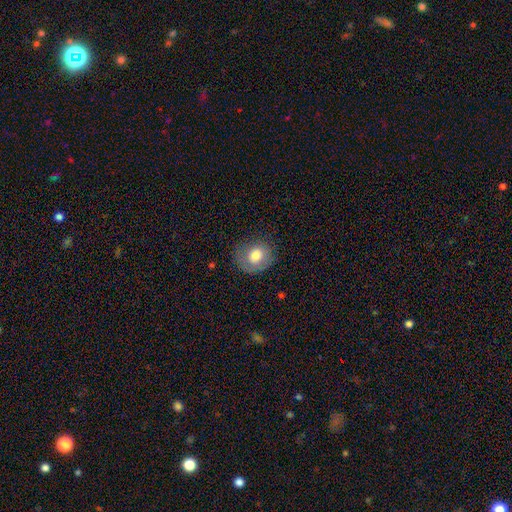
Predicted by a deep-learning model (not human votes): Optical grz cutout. It shows a smooth galaxy with no disk features (72%) that is round (66%). Merging: none (67%).